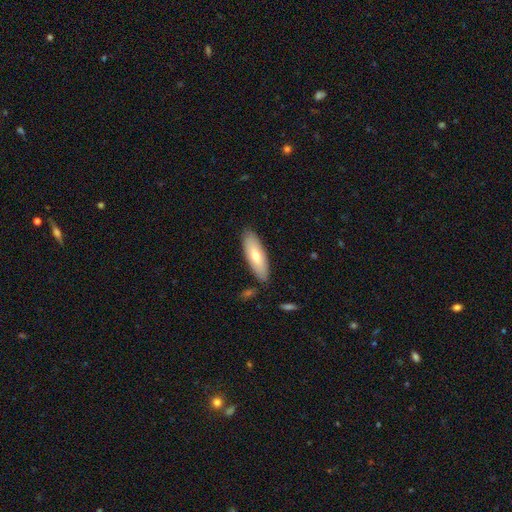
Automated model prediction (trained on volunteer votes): smooth 65%, featured or disk 29%, star or artifact 6%. Down the decision tree: how rounded — in between (64%); merging — none (85%).